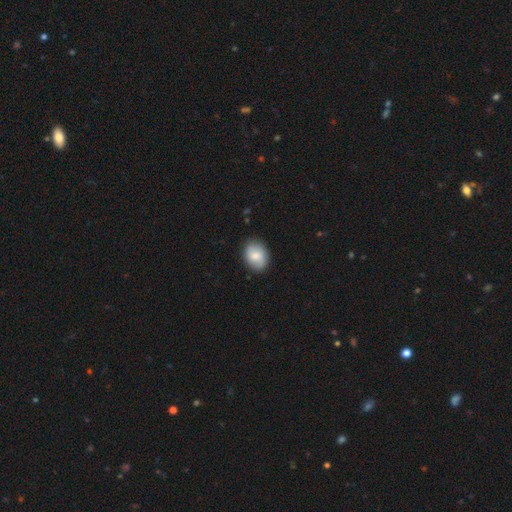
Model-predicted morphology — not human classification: Smooth or featured?
  - smooth: 70% *
  - featured or disk: 23%
  - star or artifact: 7%
How rounded?
  - in between: 62% *
  - round: 37%
  - cigar-shaped: 1%
Merging?
  - none: 85% *
  - minor disturbance: 11%
  - major disturbance: 2%
  - merger: 1%